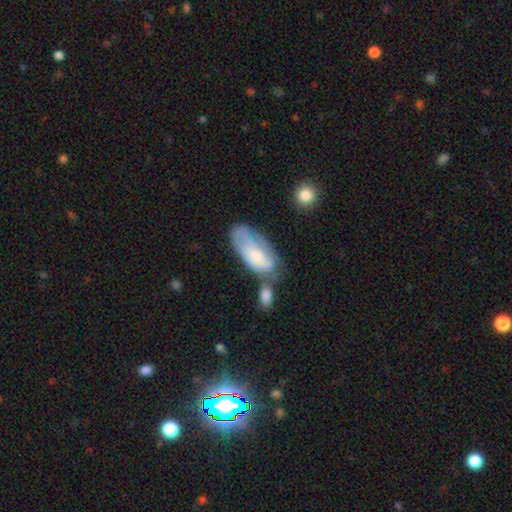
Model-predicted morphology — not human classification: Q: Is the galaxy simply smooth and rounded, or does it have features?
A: smooth — 55%.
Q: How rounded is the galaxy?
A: in between — 90%.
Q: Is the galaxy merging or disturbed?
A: none — 31%.